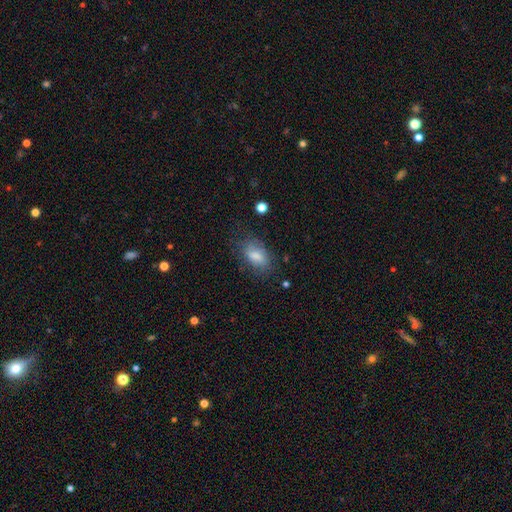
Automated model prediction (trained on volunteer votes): Smooth or featured? Predicted: smooth (p=0.76). How rounded? Predicted: in between (p=0.90). Merging? Predicted: none (p=0.63).